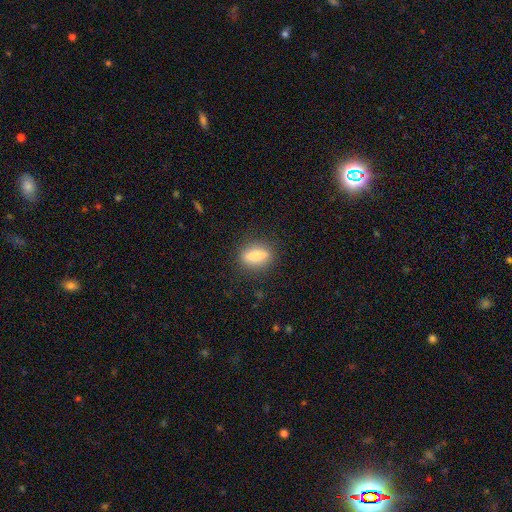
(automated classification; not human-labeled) Smooth or featured?
  - smooth: 75% *
  - featured or disk: 17%
  - star or artifact: 8%
How rounded?
  - in between: 51% *
  - cigar-shaped: 41%
  - round: 8%
Merging?
  - none: 84% *
  - minor disturbance: 10%
  - major disturbance: 4%
  - merger: 1%